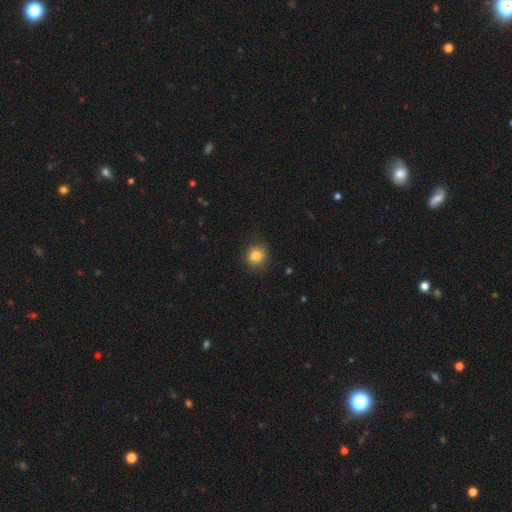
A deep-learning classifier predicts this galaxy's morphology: Q: Smooth or featured?
A: smooth (84%); runner-up: star or artifact (10%)
Q: How rounded?
A: round (87%); runner-up: in between (12%)
Q: Merging?
A: none (83%); runner-up: minor disturbance (12%)